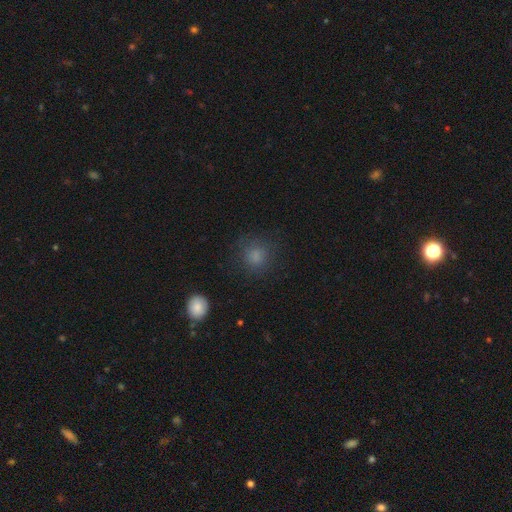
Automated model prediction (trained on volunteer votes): Smooth or featured?
  - smooth: 78% *
  - star or artifact: 15%
  - featured or disk: 7%
How rounded?
  - round: 88% *
  - in between: 11%
  - cigar-shaped: 1%
Merging?
  - none: 78% *
  - minor disturbance: 13%
  - major disturbance: 7%
  - merger: 2%